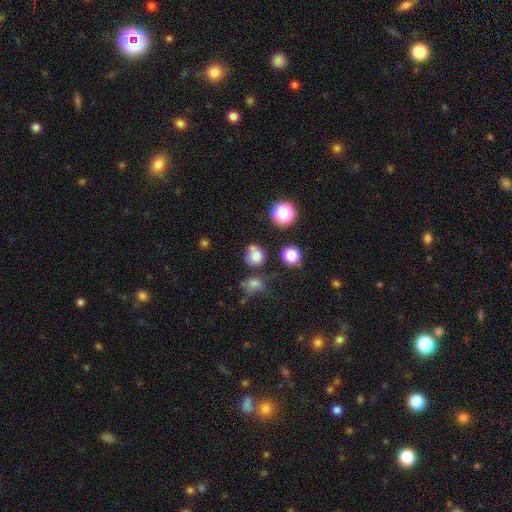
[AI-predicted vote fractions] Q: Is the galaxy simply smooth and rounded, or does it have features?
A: smooth — 75%.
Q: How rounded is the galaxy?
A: round — 72%.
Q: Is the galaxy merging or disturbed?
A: none — 57%.